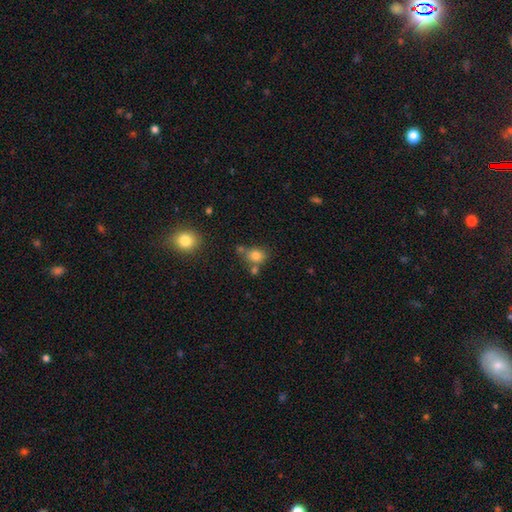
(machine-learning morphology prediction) Q: Smooth or featured?
A: smooth (79%); runner-up: star or artifact (13%)
Q: How rounded?
A: round (54%); runner-up: in between (44%)
Q: Merging?
A: none (57%); runner-up: merger (23%)